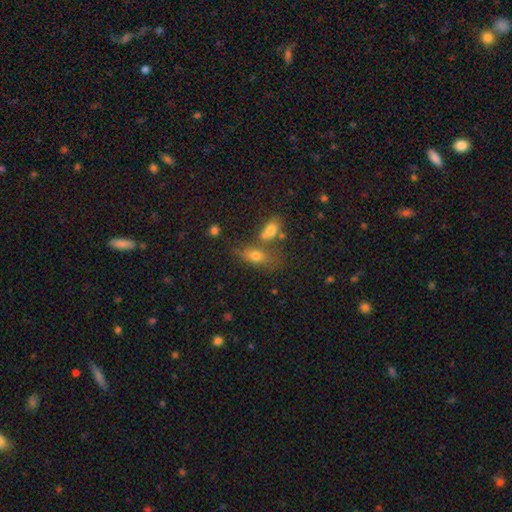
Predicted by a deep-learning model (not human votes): The model was most divided on "merging": none: 41%, merger: 34%, minor disturbance: 15%, major disturbance: 9%. More confident: how rounded — in between (84%); smooth or featured — smooth (74%).